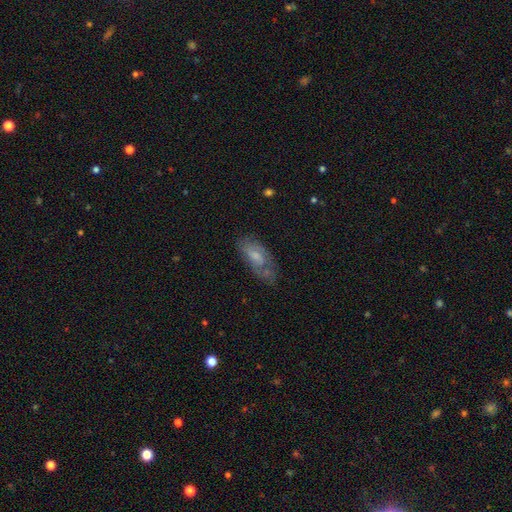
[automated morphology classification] The model was most divided on "smooth or featured": featured or disk: 47%, smooth: 46%, star or artifact: 7%. More confident: merging — none (57%).